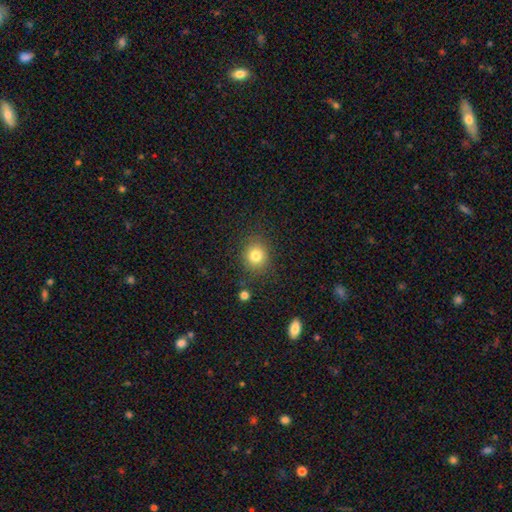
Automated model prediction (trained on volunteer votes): Overall: smooth (81%). How rounded: round (80%). Merging: none (85%).